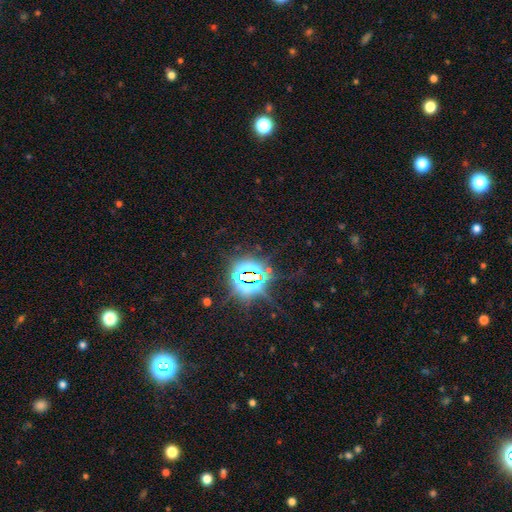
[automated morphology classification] Smooth or featured?
  - star or artifact: 83% *
  - smooth: 11%
  - featured or disk: 6%